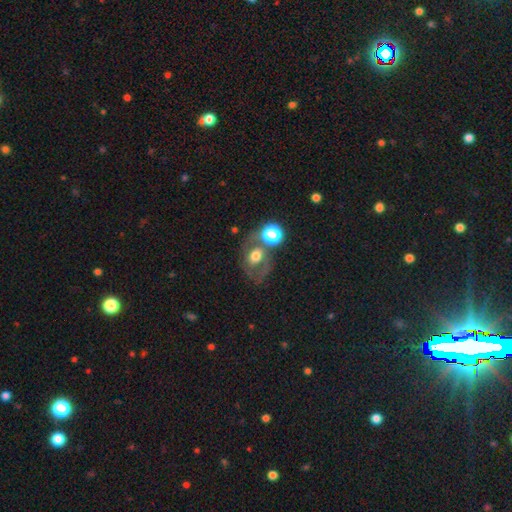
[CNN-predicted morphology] Q: Smooth or featured?
A: smooth (47%); runner-up: featured or disk (40%)
Q: Merging?
A: none (47%); runner-up: merger (23%)